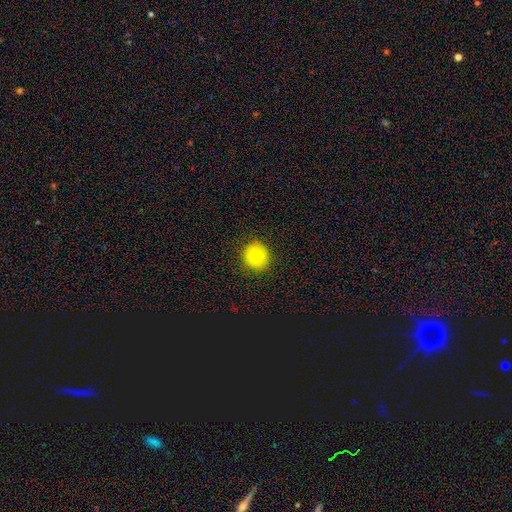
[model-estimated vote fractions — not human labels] A smooth galaxy with no disk features (79%) that is round (89%). Merging: none (89%).